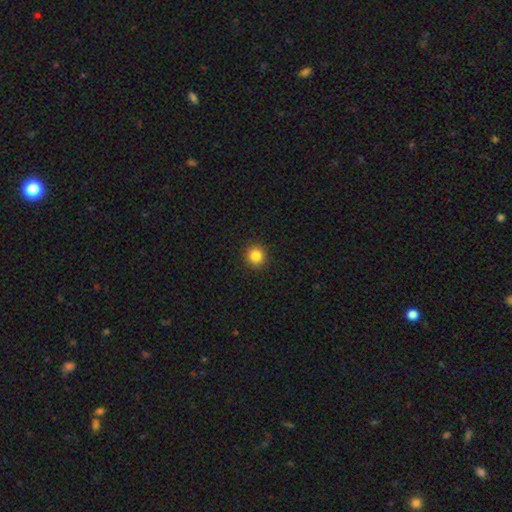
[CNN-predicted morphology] Smooth or featured? smooth (85%)
How rounded? round (92%)
Merging? none (92%)